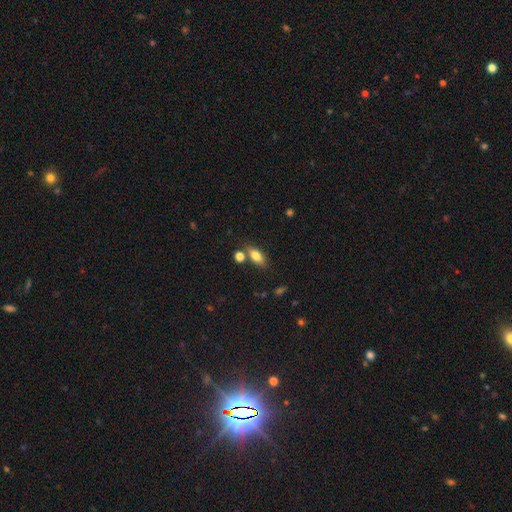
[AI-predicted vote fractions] Smooth or featured? Predicted: smooth (p=0.81). How rounded? Predicted: in between (p=0.86). Merging? Predicted: none (p=0.70).